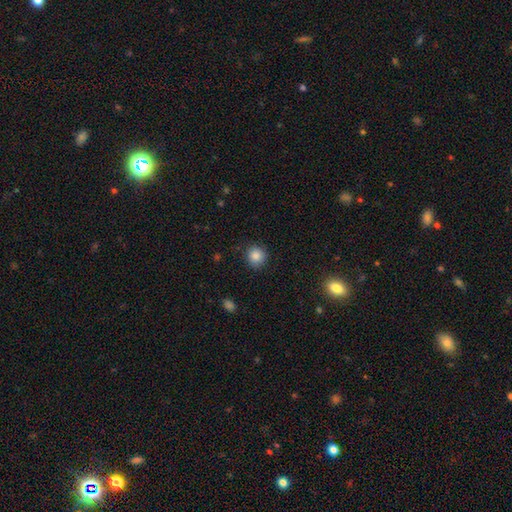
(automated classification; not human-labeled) Smooth or featured?
  - smooth: 85% *
  - star or artifact: 10%
  - featured or disk: 5%
How rounded?
  - round: 90% *
  - in between: 9%
  - cigar-shaped: 1%
Merging?
  - none: 88% *
  - minor disturbance: 9%
  - major disturbance: 2%
  - merger: 1%